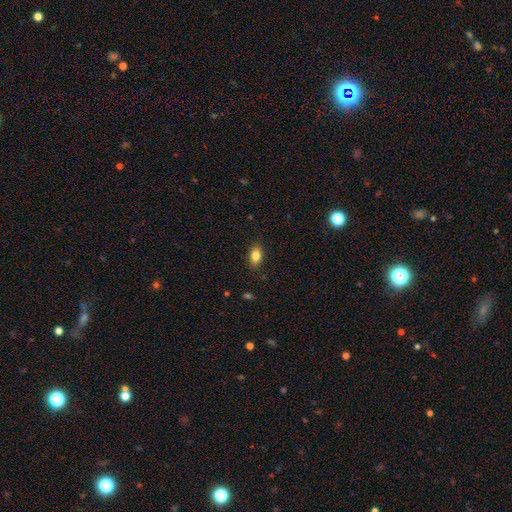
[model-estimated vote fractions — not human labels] Morphology: type=smooth (83%); roundness=in between (87%); merging=none (87%).